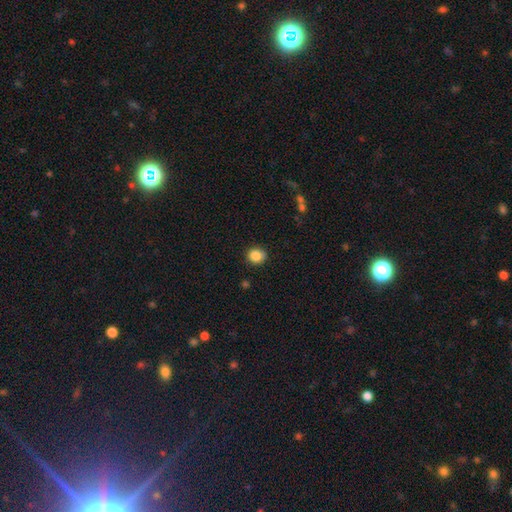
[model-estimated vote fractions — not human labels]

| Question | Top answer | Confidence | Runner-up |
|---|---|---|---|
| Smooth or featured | smooth | 86% | star or artifact (10%) |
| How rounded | round | 85% | in between (15%) |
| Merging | none | 87% | minor disturbance (9%) |